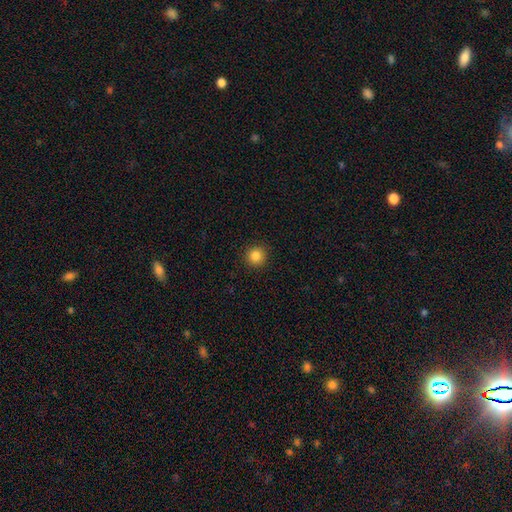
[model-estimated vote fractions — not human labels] Q: Smooth or featured?
A: smooth (85%); runner-up: star or artifact (11%)
Q: How rounded?
A: round (94%); runner-up: in between (5%)
Q: Merging?
A: none (91%); runner-up: minor disturbance (6%)